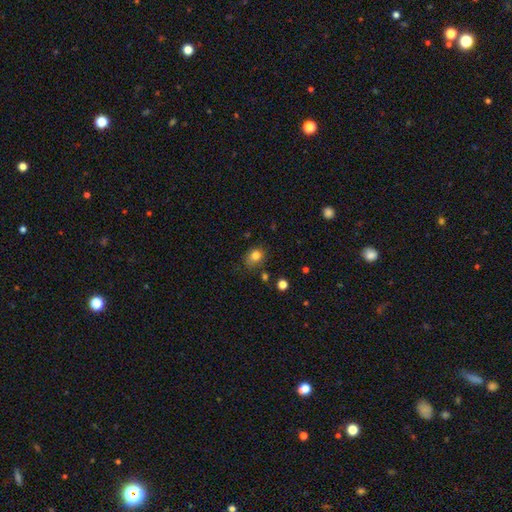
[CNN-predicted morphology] type=smooth (80%); roundness=in between (50%); merging=none (67%).